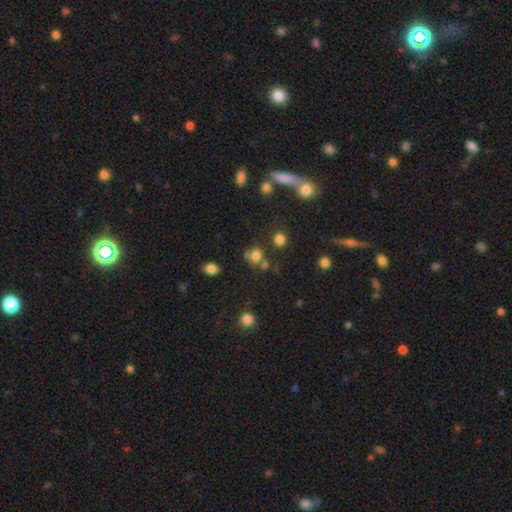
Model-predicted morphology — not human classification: Smooth or featured? smooth (72%)
How rounded? round (78%)
Merging? none (59%)